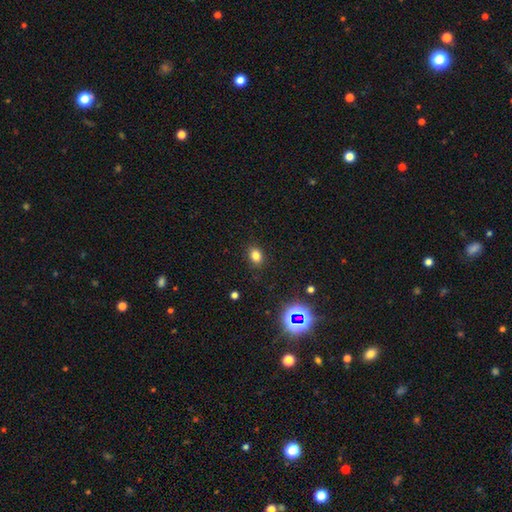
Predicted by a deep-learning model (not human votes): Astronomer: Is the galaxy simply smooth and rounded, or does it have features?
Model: smooth — 79%.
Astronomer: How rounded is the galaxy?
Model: in between — 56% (runner-up: round, 43%).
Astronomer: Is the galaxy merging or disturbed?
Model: none — 88%.